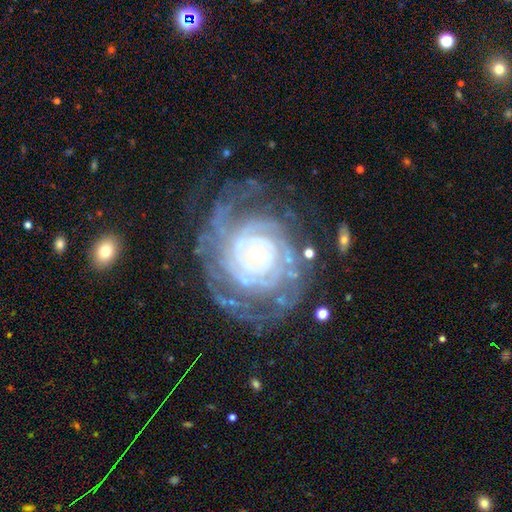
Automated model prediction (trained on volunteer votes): A featured or disk galaxy (90%) with no bar (71%), tight (83%) spiral arms (96%) and a small central bulge (68%).

Vote fractions:
- Smooth or featured? featured or disk: 90% / star or artifact: 6% / smooth: 5%
- Edge-on disk? no: 97% / yes: 3%
- Bar? no: 71% / weak: 20% / strong: 9%
- Spiral arms? yes: 96% / no: 4%
- Spiral winding? tight: 83% / medium: 13% / loose: 3%
- Spiral arm count? can't tell: 31% / more than 4: 17% / 4: 16% / 2: 16% / 3: 14% / 1: 7%
- Bulge size? small: 68% / moderate: 27% / large: 2% / none: 1% / dominant: 1%
- Merging? none: 66% / minor disturbance: 18% / major disturbance: 13% / merger: 2%